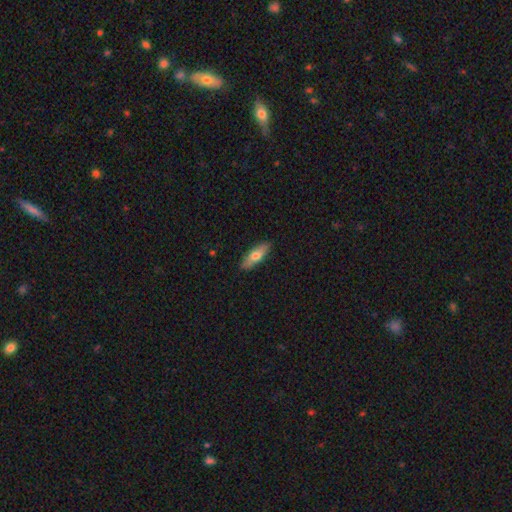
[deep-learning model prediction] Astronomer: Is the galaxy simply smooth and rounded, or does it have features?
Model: smooth — 63%.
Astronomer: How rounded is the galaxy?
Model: in between — 52% (runner-up: cigar-shaped, 46%).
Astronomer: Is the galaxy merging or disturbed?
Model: none — 88%.